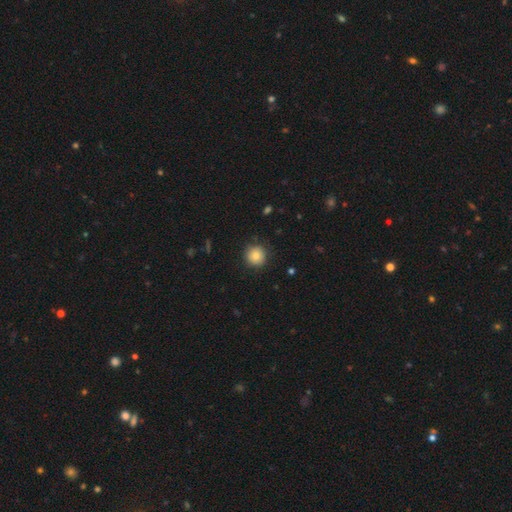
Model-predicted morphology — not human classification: smooth-or-featured: smooth: 81% | star or artifact: 10% | featured or disk: 10%
  how-rounded: round: 94% | in between: 5% | cigar-shaped: 1%
  merging: none: 85% | minor disturbance: 11% | major disturbance: 3% | merger: 1%